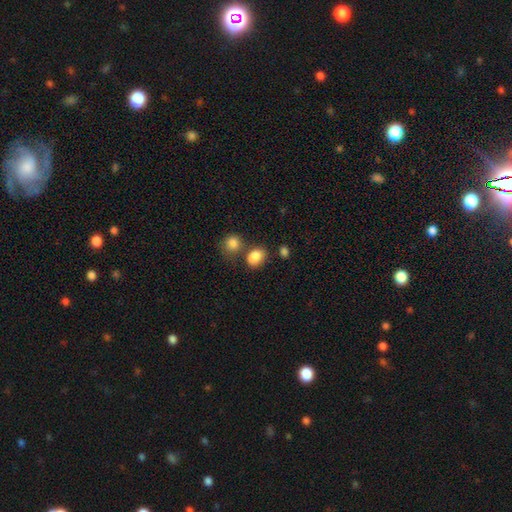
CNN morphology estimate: This appears to be a smooth galaxy with no disk features (84%) that is in between round and cigar-shaped (72%). Merging: none (55%).